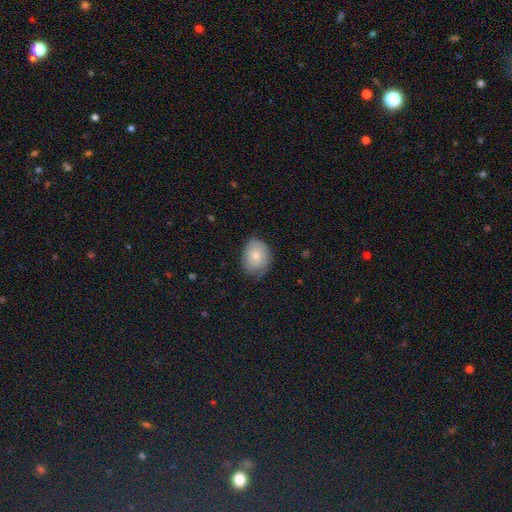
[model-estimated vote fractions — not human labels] This is likely a smooth galaxy (76%). How rounded: likely in between (62%). Merging: likely none (66%).